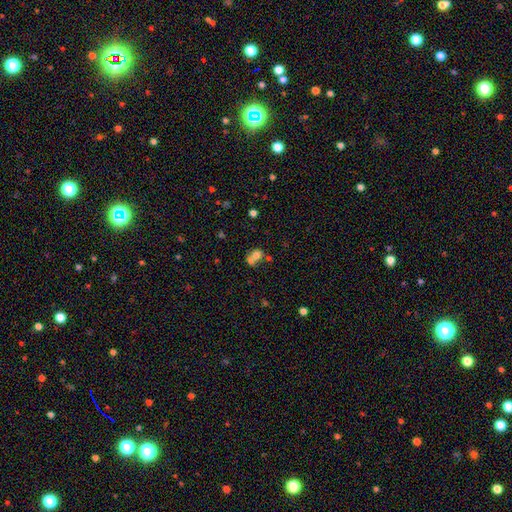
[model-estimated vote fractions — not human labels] This is likely a smooth galaxy (68%). How rounded: likely round (66%). Merging: possibly merger (60%).